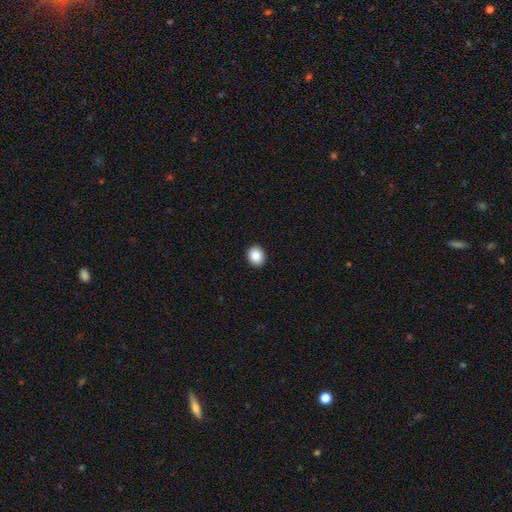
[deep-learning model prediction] Smooth or featured? smooth (88%)
How rounded? round (60%)
Merging? none (91%)